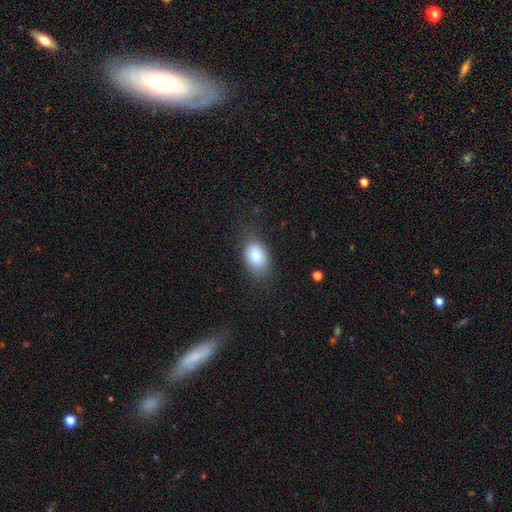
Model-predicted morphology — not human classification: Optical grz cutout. It shows a smooth galaxy with no disk features (84%) that is in between round and cigar-shaped (85%). Merging: none (72%).